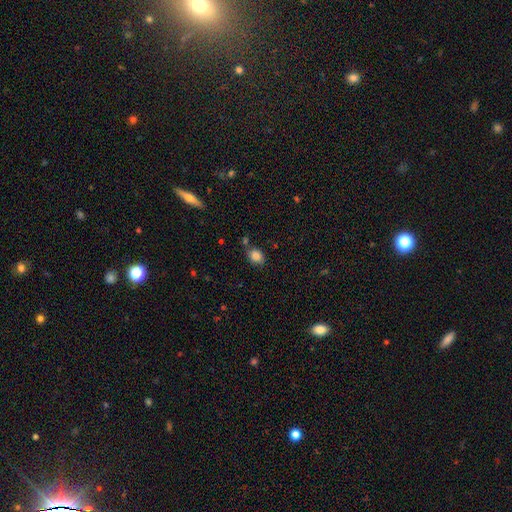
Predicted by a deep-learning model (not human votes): Q: Smooth or featured?
A: smooth (84%); runner-up: star or artifact (10%)
Q: How rounded?
A: in between (53%); runner-up: round (46%)
Q: Merging?
A: none (71%); runner-up: minor disturbance (17%)